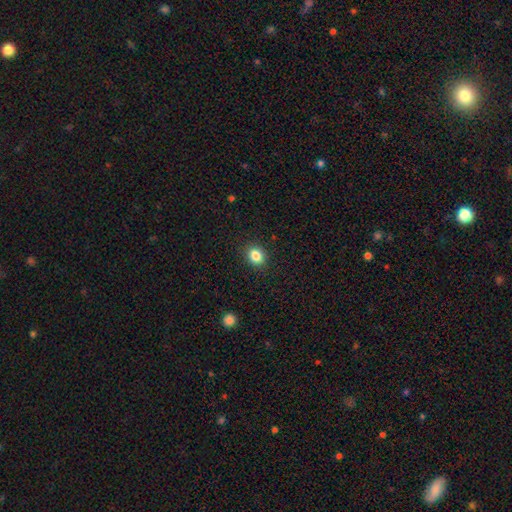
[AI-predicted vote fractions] smooth 85%, star or artifact 10%, featured or disk 5%. Down the decision tree: how rounded — round (51%); merging — none (90%).